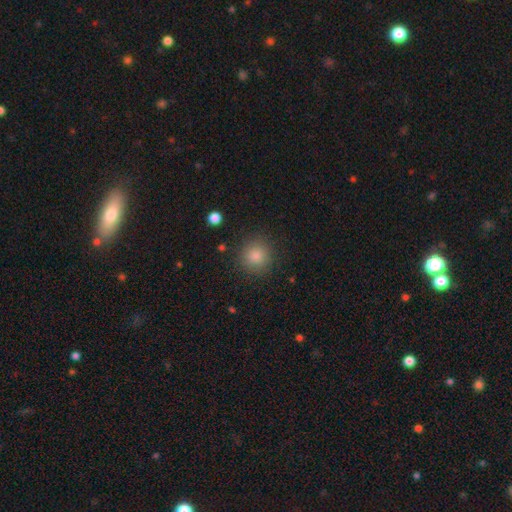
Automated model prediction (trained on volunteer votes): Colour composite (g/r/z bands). It shows a smooth galaxy with no disk features (81%) that is round (93%). Merging: none (89%).